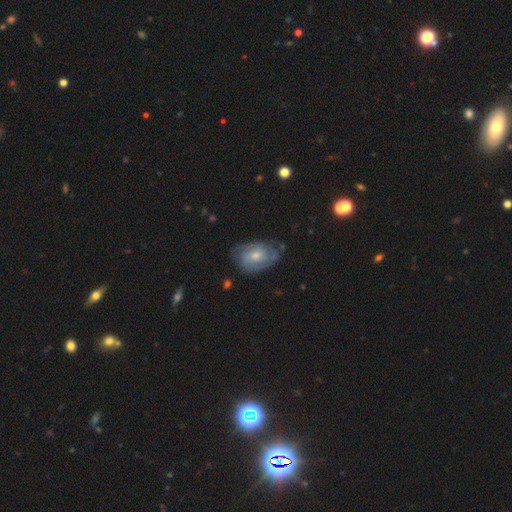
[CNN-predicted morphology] type=featured or disk (69%); edge-on=no (96%); bar=no (72%); spiral arms=yes (87%); winding=tight (54%); arm count=2 (45%); bulge=moderate (53%); merging=none (61%).